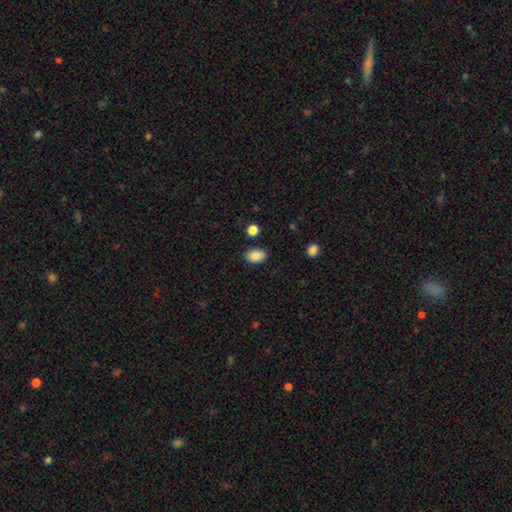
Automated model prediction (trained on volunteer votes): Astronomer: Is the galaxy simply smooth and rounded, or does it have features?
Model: smooth — 89%.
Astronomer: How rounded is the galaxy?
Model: in between — 88%.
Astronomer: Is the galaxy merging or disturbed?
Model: none — 84%.